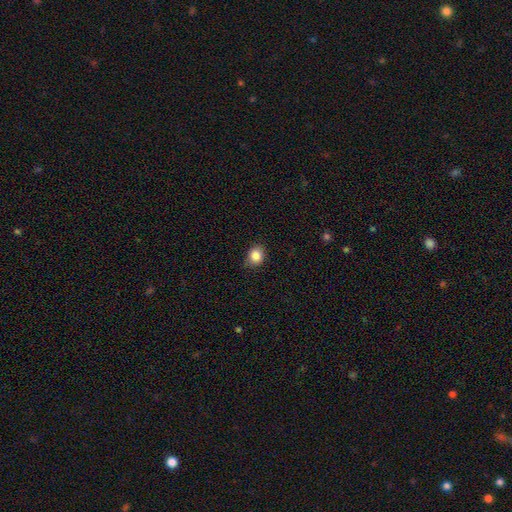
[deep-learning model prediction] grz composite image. It shows a smooth galaxy with no disk features (85%) that is round (57%). Merging: none (82%).